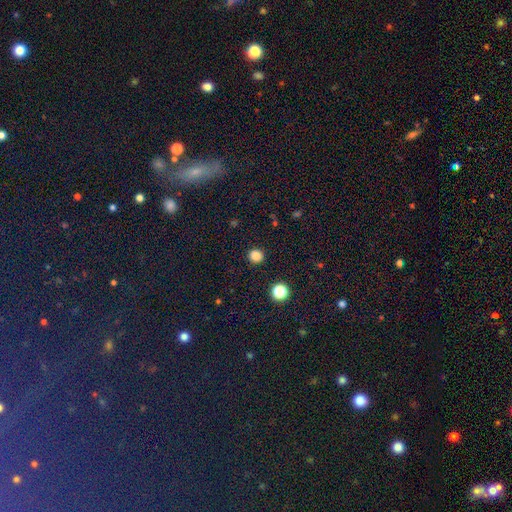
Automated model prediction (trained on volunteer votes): Smooth or featured? smooth (84%)
How rounded? round (90%)
Merging? none (92%)